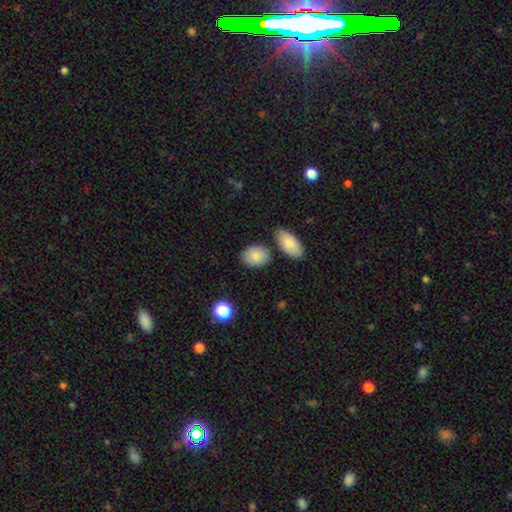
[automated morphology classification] Smooth or featured? smooth (82%)
How rounded? in between (71%)
Merging? none (76%)